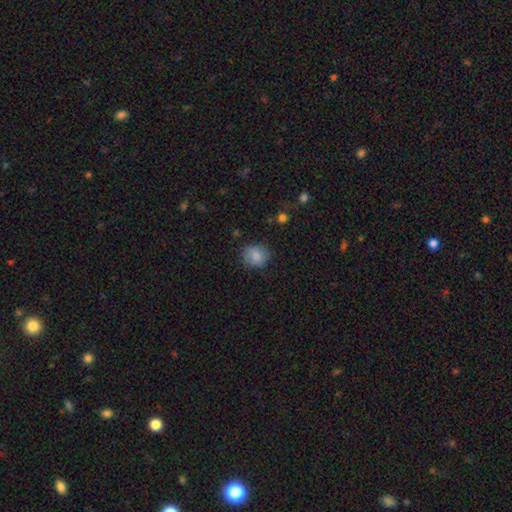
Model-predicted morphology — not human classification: smooth_or_featured: smooth (p=0.85) [alt: star or artifact p=0.09]
how_rounded: round (p=0.75) [alt: in between p=0.24]
merging: none (p=0.79) [alt: minor disturbance p=0.16]